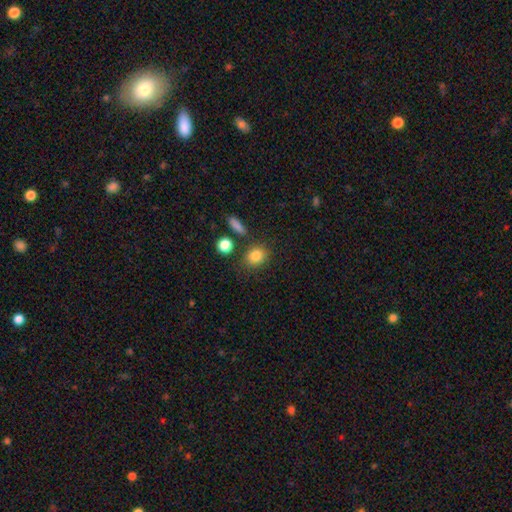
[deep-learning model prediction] Smooth or featured? Predicted: smooth (p=0.83). How rounded? Predicted: round (p=0.58). Merging? Predicted: none (p=0.77).